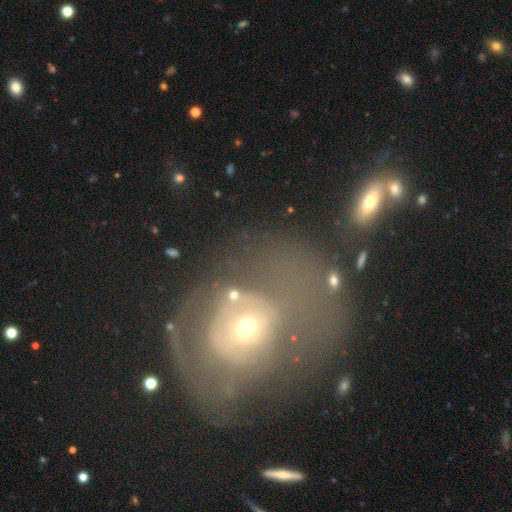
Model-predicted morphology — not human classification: Overall: featured or disk (51%; smooth 36%). Edge-on disk: no (94%). Merging: none (35%; major disturbance 32%).